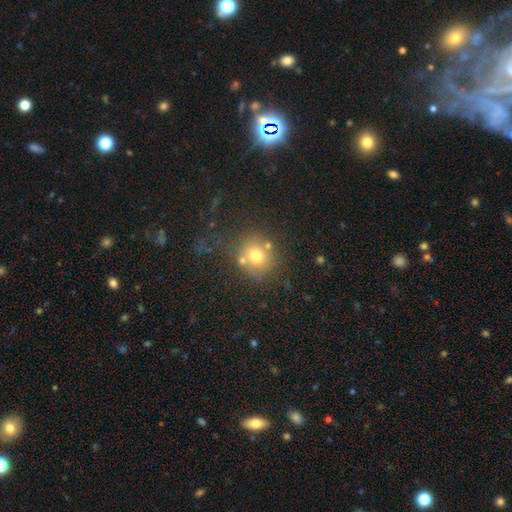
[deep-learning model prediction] Morphology: type=smooth (70%); roundness=round (78%); merging=none (65%).